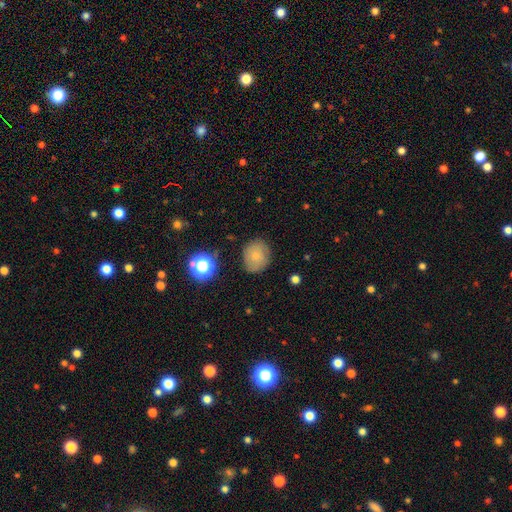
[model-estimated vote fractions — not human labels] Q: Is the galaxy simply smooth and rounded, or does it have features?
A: smooth — 73%.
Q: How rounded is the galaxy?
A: round — 68%.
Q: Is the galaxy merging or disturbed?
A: none — 76%.